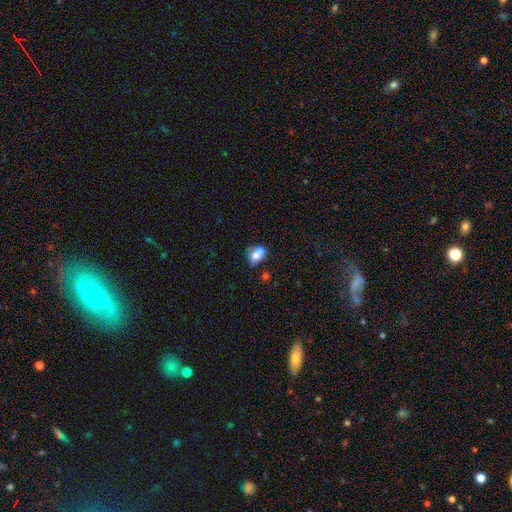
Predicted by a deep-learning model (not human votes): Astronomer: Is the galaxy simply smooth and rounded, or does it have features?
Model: smooth — 67%.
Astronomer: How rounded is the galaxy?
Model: in between — 69%.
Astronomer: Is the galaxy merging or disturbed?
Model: merger — 47% (runner-up: none, 29%).